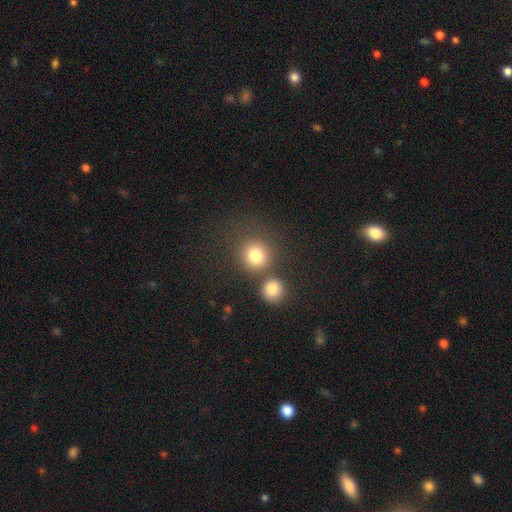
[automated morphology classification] smooth-or-featured: smooth: 81% | star or artifact: 12% | featured or disk: 7%
  how-rounded: round: 88% | in between: 11% | cigar-shaped: 1%
  merging: none: 61% | merger: 26% | minor disturbance: 9% | major disturbance: 5%